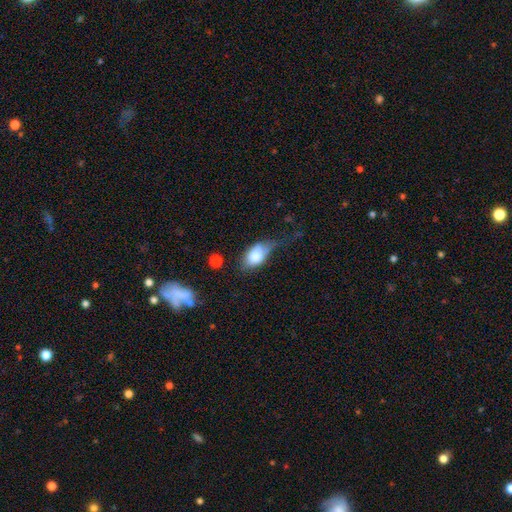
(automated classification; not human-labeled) Smooth or featured: smooth — 77% (featured or disk — 15%)
How rounded: in between — 87% (round — 10%)
Merging: minor disturbance — 37% (major disturbance — 28%)